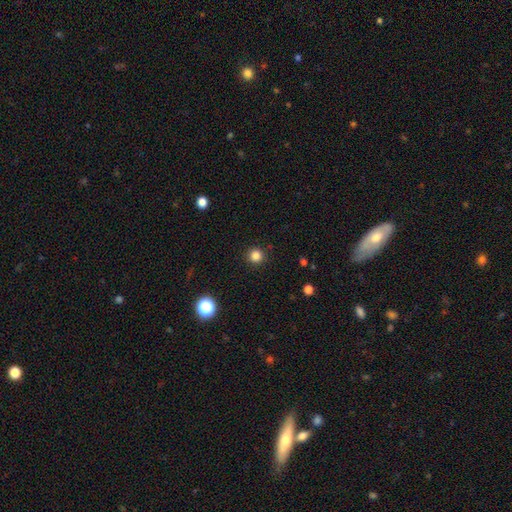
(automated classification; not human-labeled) Smooth or featured? Predicted: smooth (p=0.84). How rounded? Predicted: round (p=0.95). Merging? Predicted: none (p=0.92).